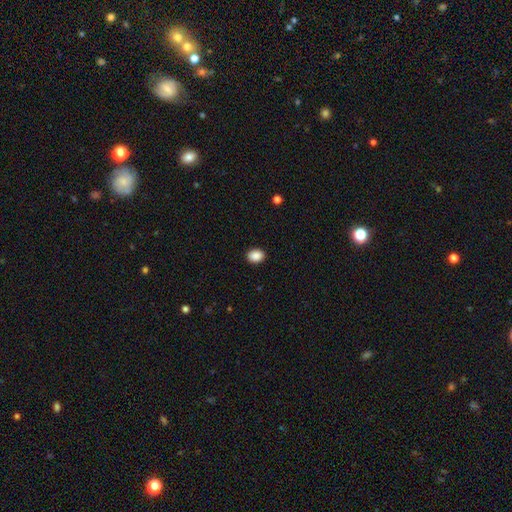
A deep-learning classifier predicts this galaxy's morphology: Smooth or featured: smooth — 89% (star or artifact — 8%)
How rounded: in between — 55% (round — 44%)
Merging: none — 91% (minor disturbance — 6%)